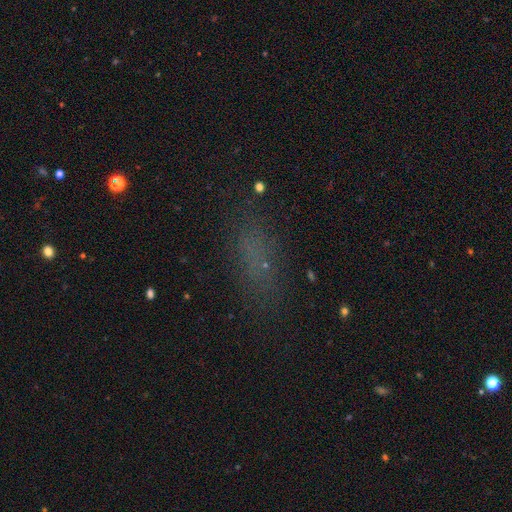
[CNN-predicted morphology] smooth-or-featured: smooth: 60% | star or artifact: 27% | featured or disk: 13%
  how-rounded: in between: 65% | cigar-shaped: 29% | round: 6%
  merging: none: 76% | minor disturbance: 15% | major disturbance: 7% | merger: 2%